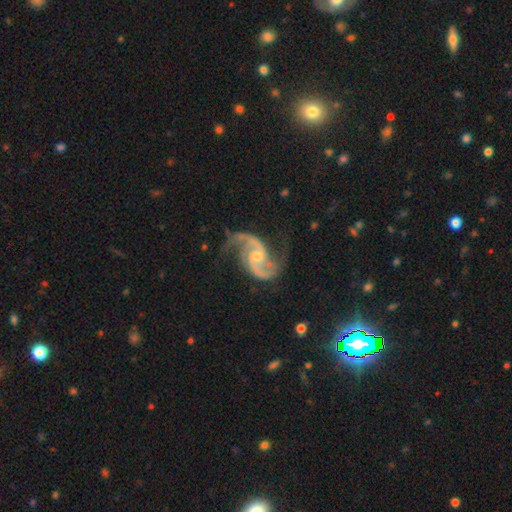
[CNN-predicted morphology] This is clearly a featured or disk galaxy (93%). It is clearly not viewed edge-on (98%). Bar: possibly no (56%). Spiral arm pattern: clearly yes (98%). Spiral arm count: clearly 2 (93%). Spiral winding: possibly medium (51%). Central bulge: possibly small (57%). Merging: likely none (70%).